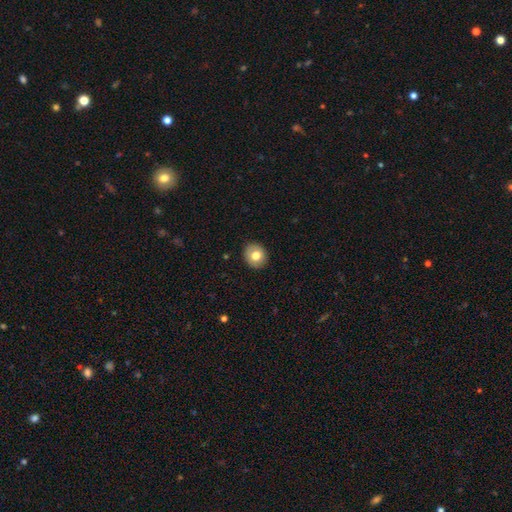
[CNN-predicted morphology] smooth_or_featured: smooth (p=0.74) [alt: featured or disk p=0.18]
how_rounded: round (p=0.77) [alt: in between p=0.22]
merging: none (p=0.91) [alt: minor disturbance p=0.07]